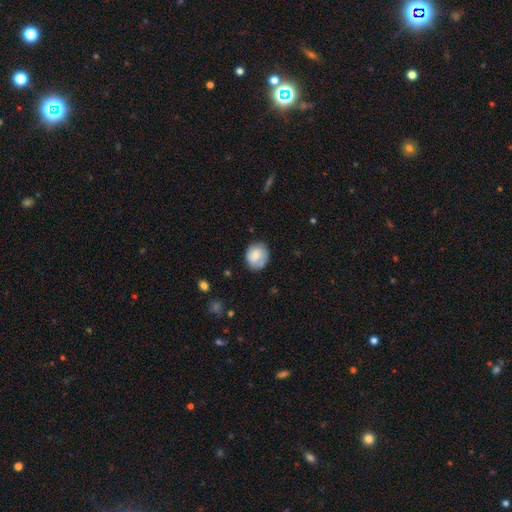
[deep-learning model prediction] This appears to be a smooth galaxy with no disk features (67%) that is round (69%). Merging: none (74%).